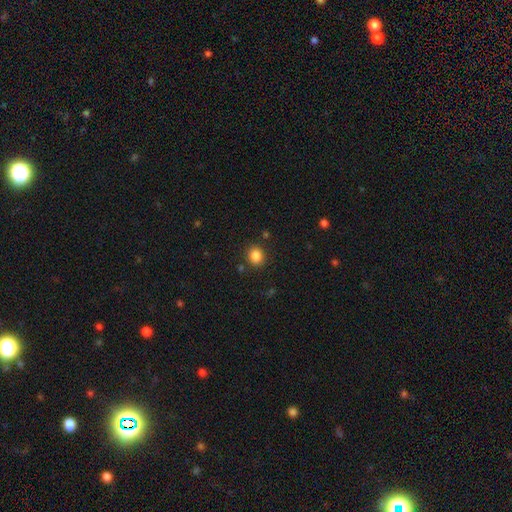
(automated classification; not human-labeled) Q: Smooth or featured?
A: smooth (85%); runner-up: star or artifact (11%)
Q: How rounded?
A: round (64%); runner-up: in between (35%)
Q: Merging?
A: none (86%); runner-up: minor disturbance (8%)